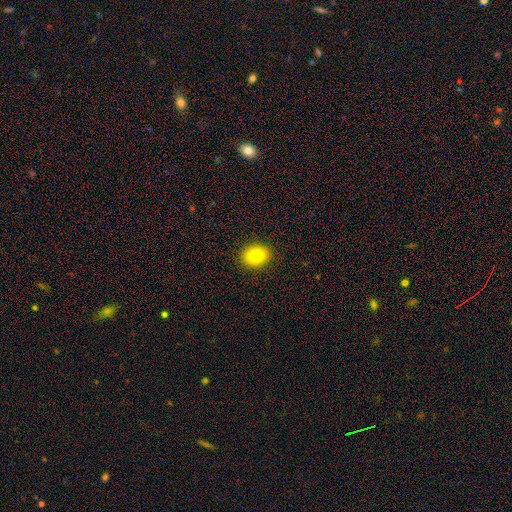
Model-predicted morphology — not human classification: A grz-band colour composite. It shows a smooth galaxy with no disk features (80%) that is round (51%). Merging: none (90%).